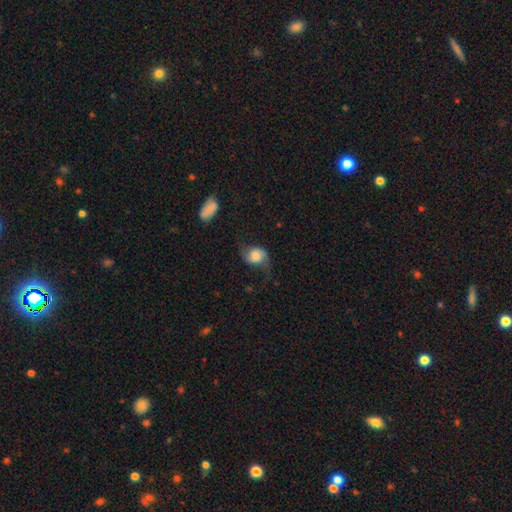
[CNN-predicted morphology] This appears to be a featured or disk galaxy (51%). Merging: none (55%).